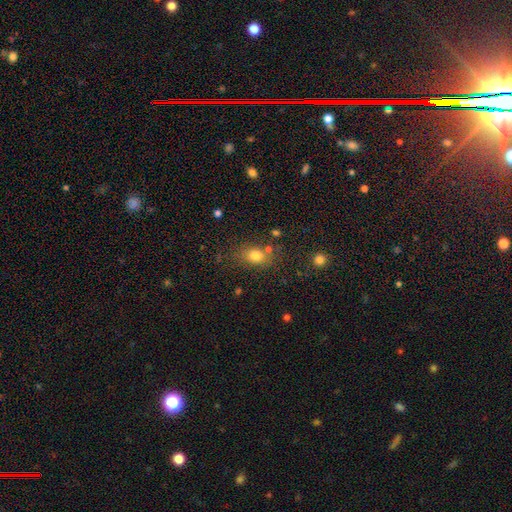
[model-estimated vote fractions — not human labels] A smooth galaxy with no disk features (78%) that is in between round and cigar-shaped (61%).

Vote fractions:
- Smooth or featured? smooth: 78% / star or artifact: 13% / featured or disk: 9%
- How rounded? in between: 61% / round: 38% / cigar-shaped: 2%
- Merging? none: 71% / minor disturbance: 15% / merger: 9% / major disturbance: 6%